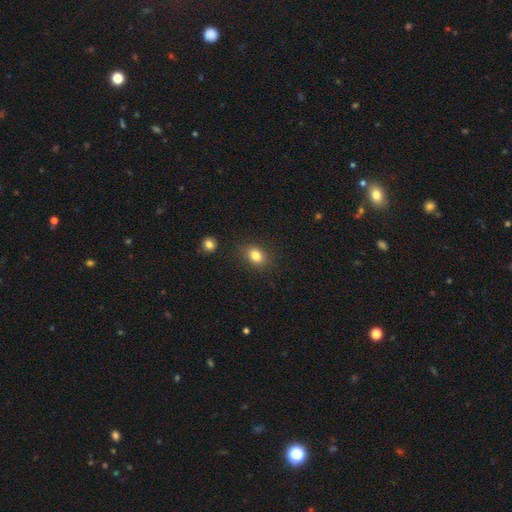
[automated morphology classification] Smooth or featured? smooth (82%)
How rounded? in between (58%)
Merging? none (83%)